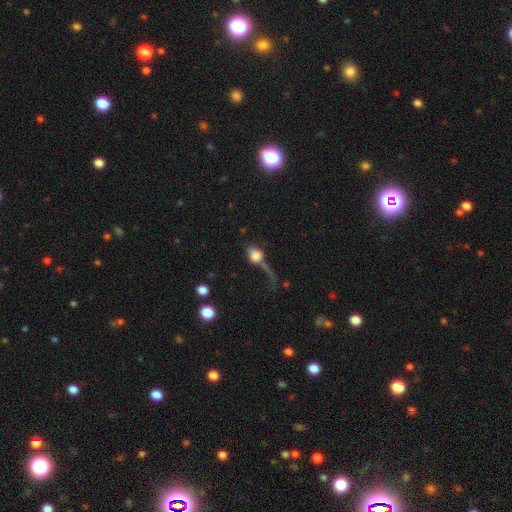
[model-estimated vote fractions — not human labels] A smooth galaxy with no disk features (65%) that is in between round and cigar-shaped (49%). Merging: major disturbance (47%).